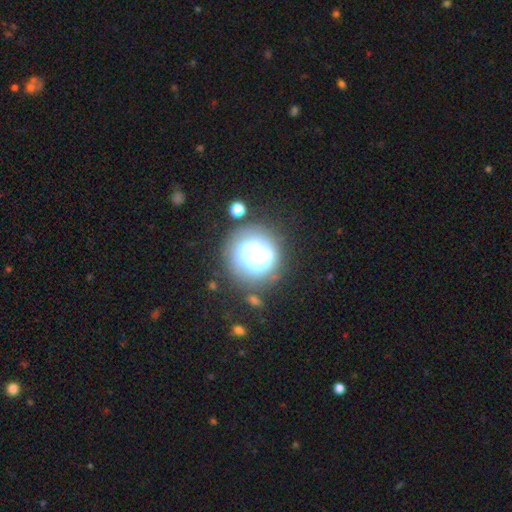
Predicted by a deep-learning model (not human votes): A featured or disk galaxy (46%).

Vote fractions:
- Smooth or featured? featured or disk: 46% / smooth: 43% / star or artifact: 12%
- Merging? none: 48% / minor disturbance: 21% / major disturbance: 19% / merger: 12%